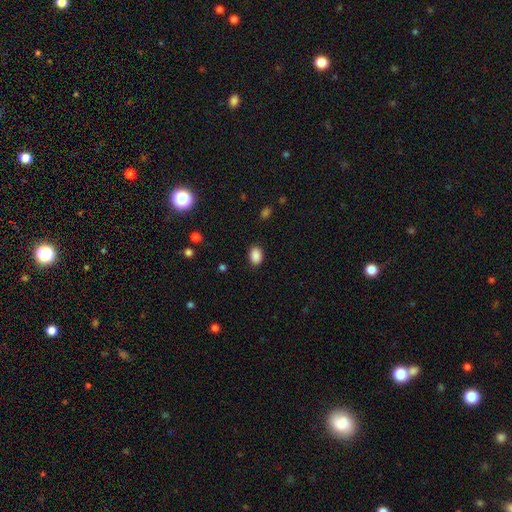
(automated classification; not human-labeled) smooth 89%, star or artifact 8%, featured or disk 3%. Down the decision tree: how rounded — in between (80%); merging — none (87%).